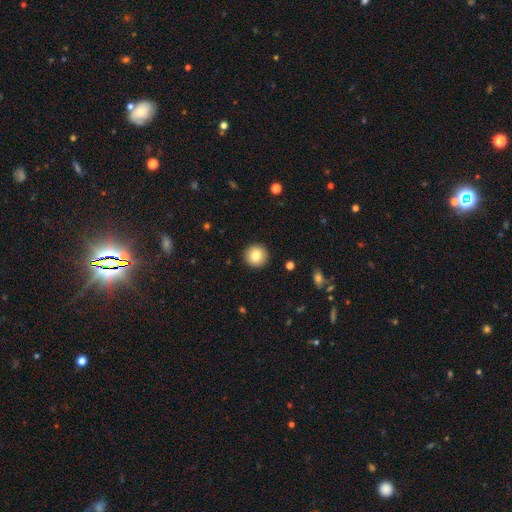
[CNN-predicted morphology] Overall: smooth (83%). How rounded: round (96%). Merging: none (93%).